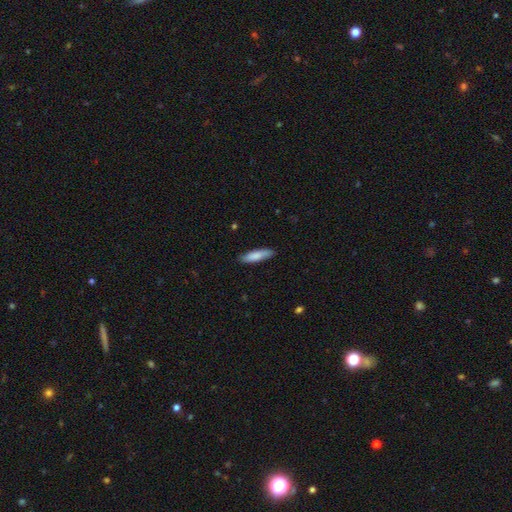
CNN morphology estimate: smooth 83%, featured or disk 12%, star or artifact 5%. Down the decision tree: how rounded — cigar-shaped (70%); merging — none (85%).